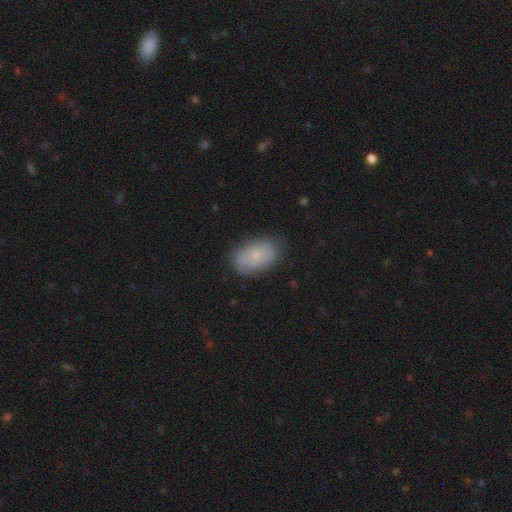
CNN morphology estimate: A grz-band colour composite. It shows a smooth galaxy with no disk features (64%) that is in between round and cigar-shaped (91%). Merging: none (74%).